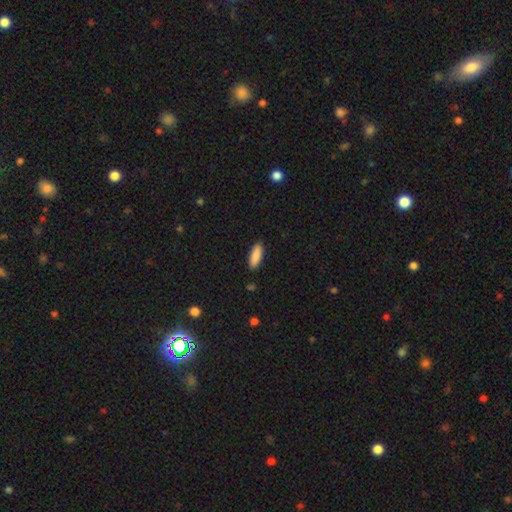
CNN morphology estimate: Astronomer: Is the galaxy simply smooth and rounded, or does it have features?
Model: smooth — 89%.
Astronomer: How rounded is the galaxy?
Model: in between — 60% (runner-up: cigar-shaped, 39%).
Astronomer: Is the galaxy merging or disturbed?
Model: none — 89%.